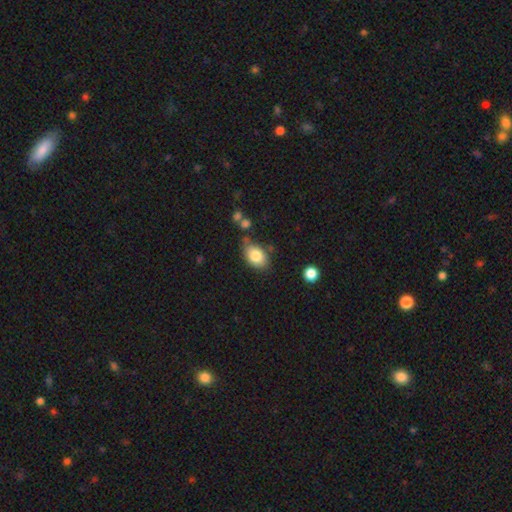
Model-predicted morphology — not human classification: Smooth or featured? Predicted: smooth (p=0.82). How rounded? Predicted: in between (p=0.84). Merging? Predicted: none (p=0.66).